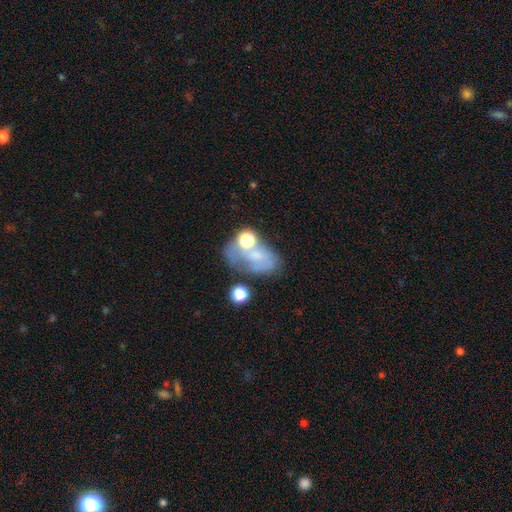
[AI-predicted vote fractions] This is marginally a smooth galaxy (43%). Merging: marginally none (33%).